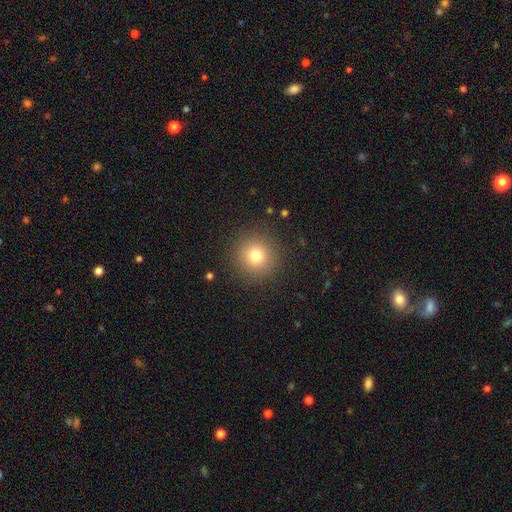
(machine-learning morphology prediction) This is likely a smooth galaxy (77%). How rounded: clearly round (95%). Merging: clearly none (90%).